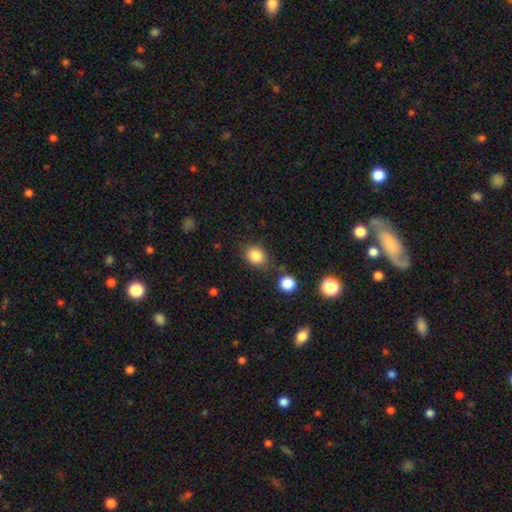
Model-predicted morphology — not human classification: A smooth galaxy with no disk features (85%) that is in between round and cigar-shaped (51%). Merging: none (77%).